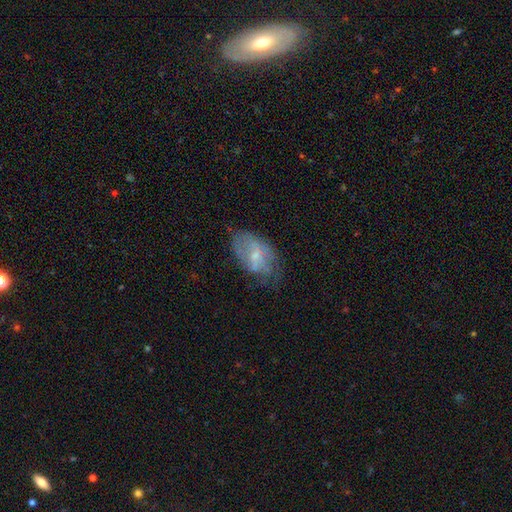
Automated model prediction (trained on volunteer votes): smooth_or_featured: featured or disk (p=0.52) [alt: smooth p=0.40]
disk_edge_on: no (p=0.94) [alt: yes p=0.06]
merging: none (p=0.48) [alt: minor disturbance p=0.31]